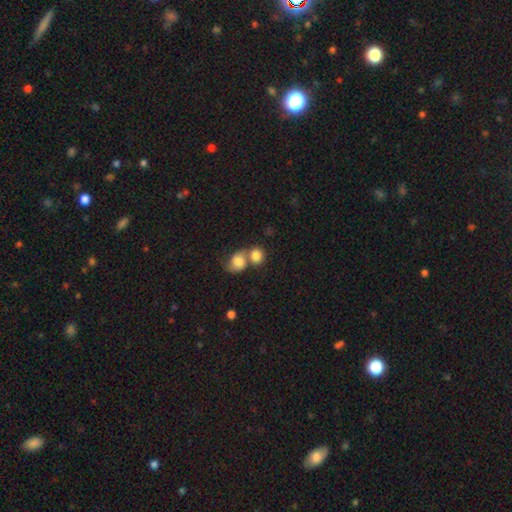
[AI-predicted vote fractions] A smooth galaxy with no disk features (80%) that is round (69%). Merging: merger (61%).